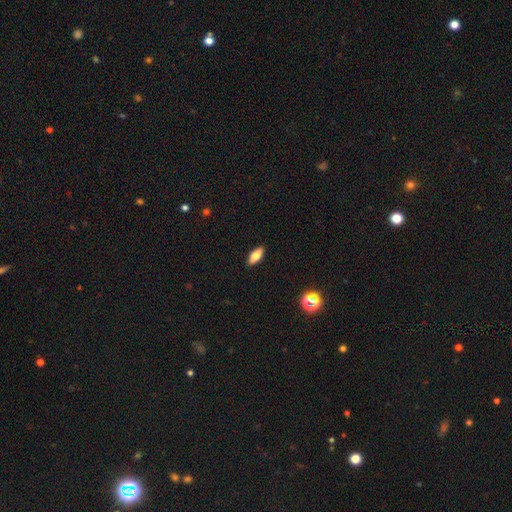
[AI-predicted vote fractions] Smooth or featured? smooth (73%)
How rounded? in between (79%)
Merging? none (90%)